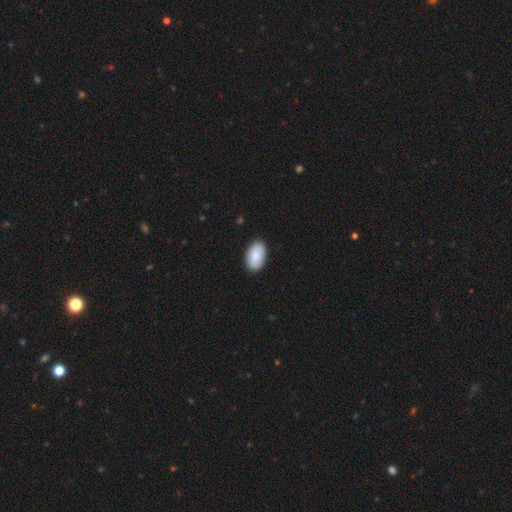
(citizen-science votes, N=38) smooth_or_featured: smooth (p=0.92) [alt: featured or disk p=0.05]
how_rounded: in between (p=0.91) [alt: round p=0.09]
merging: none (p=0.92) [alt: minor disturbance p=0.05]